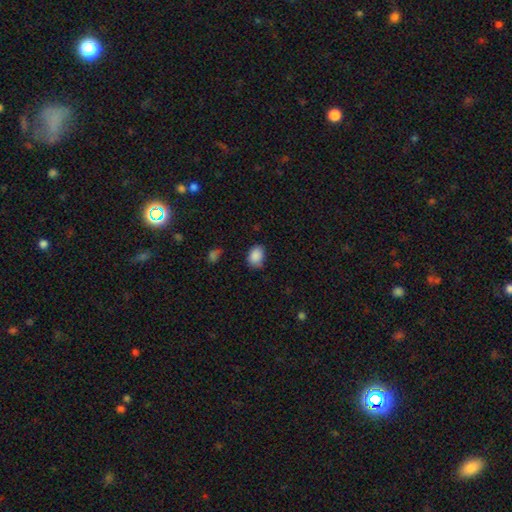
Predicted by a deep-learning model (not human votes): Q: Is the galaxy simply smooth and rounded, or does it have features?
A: smooth — 87%.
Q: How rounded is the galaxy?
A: in between — 73%.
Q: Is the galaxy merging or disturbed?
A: none — 67%.